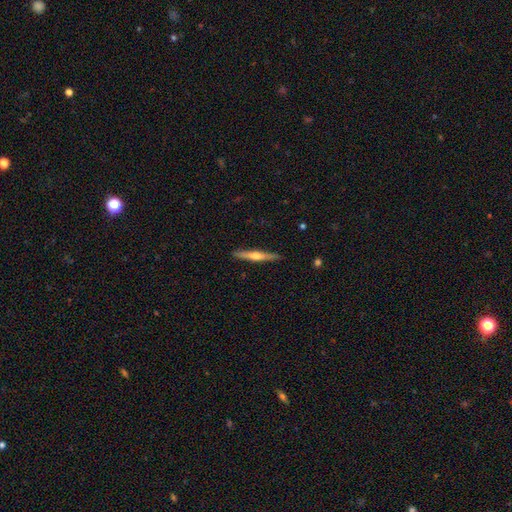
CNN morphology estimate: Smooth or featured? featured or disk (62%)
Edge-on disk? yes (97%)
Edge-on bulge? rounded (89%)
Merging? none (90%)